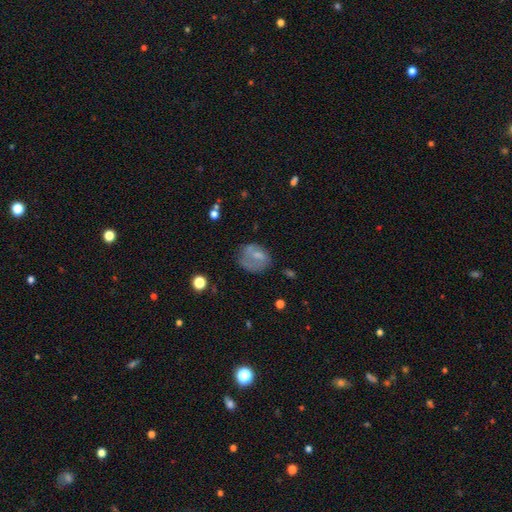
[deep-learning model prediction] Smooth or featured? smooth (55%)
How rounded? in between (52%)
Merging? none (43%)